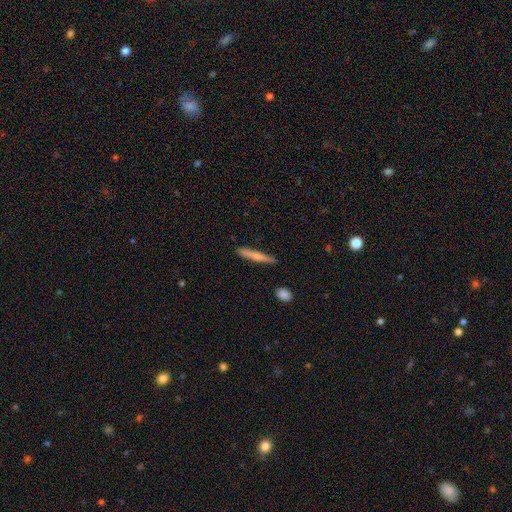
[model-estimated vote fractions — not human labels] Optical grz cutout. It shows a smooth galaxy with no disk features (63%) that is cigar-shaped (94%). Merging: none (88%).